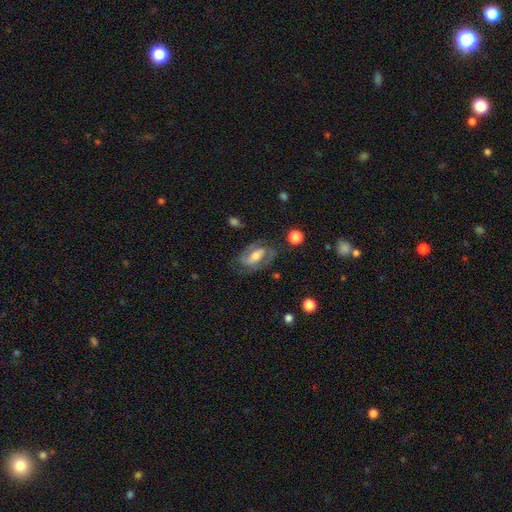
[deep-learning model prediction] Smooth or featured? Predicted: featured or disk (p=0.68). Edge-on disk? Predicted: no (p=0.92). Bar? Predicted: strong (p=0.42). Spiral arms? Predicted: yes (p=0.80). Bulge size? Predicted: moderate (p=0.54). Merging? Predicted: none (p=0.68).